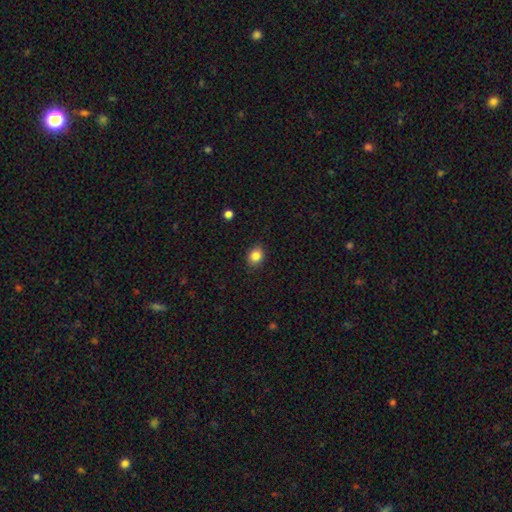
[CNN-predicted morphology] smooth 85%, star or artifact 10%, featured or disk 5%. Down the decision tree: how rounded — round (55%); merging — none (87%).